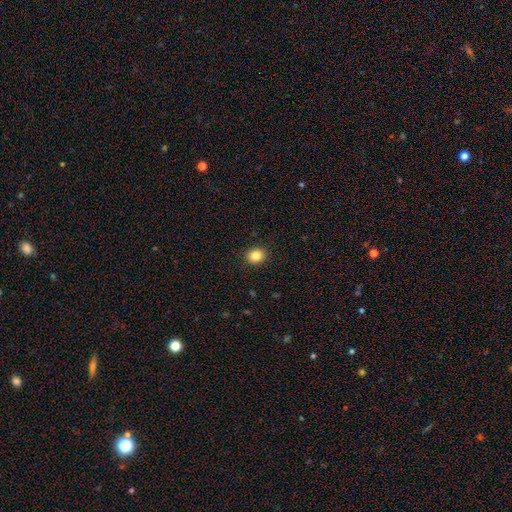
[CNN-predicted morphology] A smooth galaxy with no disk features (84%) that is round (75%). Merging: none (92%).